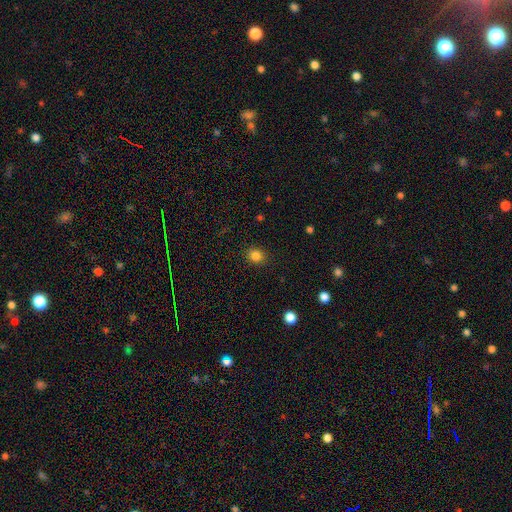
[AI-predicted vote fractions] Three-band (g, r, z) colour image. It shows a smooth galaxy with no disk features (84%) that is round (81%). Merging: none (90%).